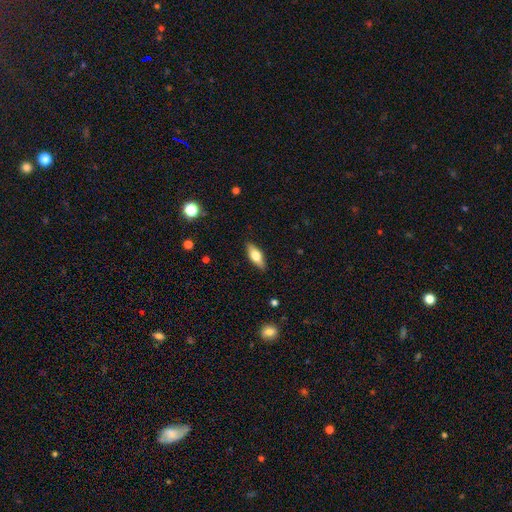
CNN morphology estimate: Overall: smooth (63%; featured or disk 31%). How rounded: in between (69%). Merging: none (88%).